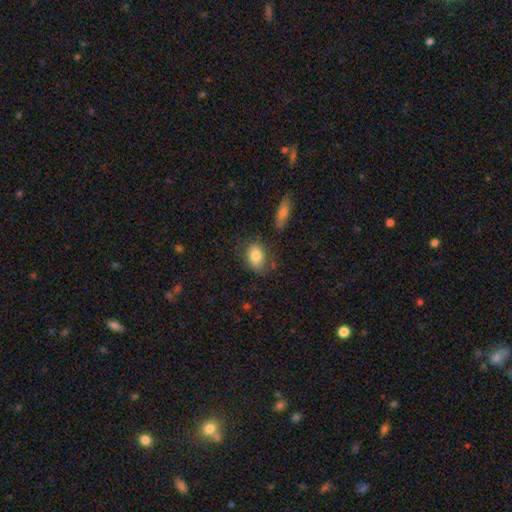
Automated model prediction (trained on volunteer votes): This is clearly a smooth galaxy (81%). How rounded: likely in between (75%). Merging: likely none (71%).